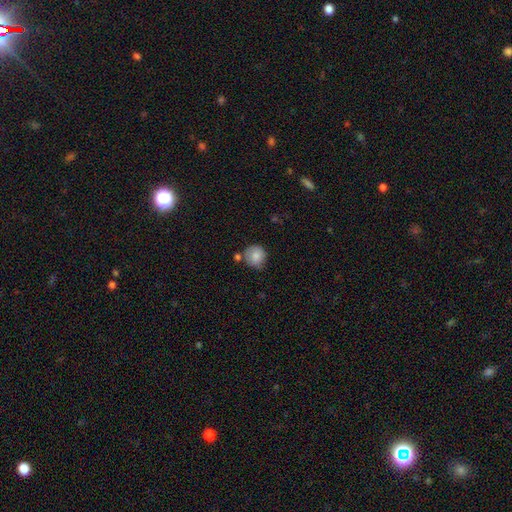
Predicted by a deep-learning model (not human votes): Q: Smooth or featured?
A: smooth (84%); runner-up: featured or disk (8%)
Q: How rounded?
A: round (91%); runner-up: in between (8%)
Q: Merging?
A: none (65%); runner-up: minor disturbance (20%)